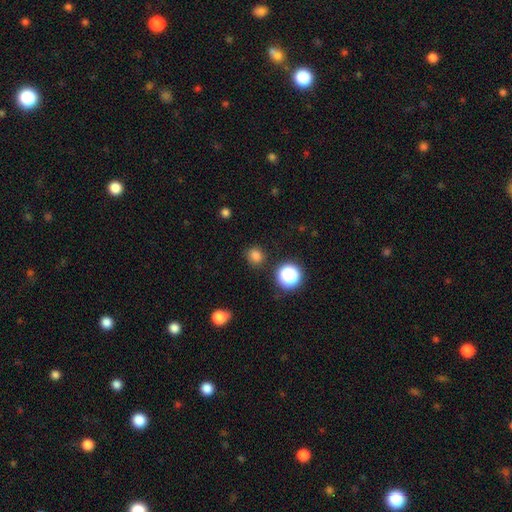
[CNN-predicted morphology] type=smooth (79%); roundness=round (85%); merging=none (87%).